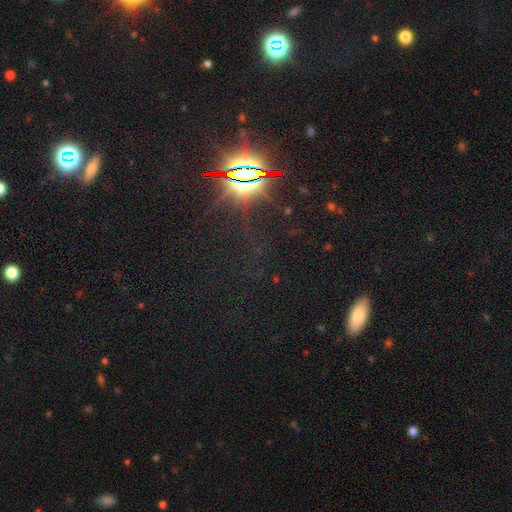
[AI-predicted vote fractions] A star or artifact, not a galaxy (74%).

Vote fractions:
- Smooth or featured? star or artifact: 74% / smooth: 14% / featured or disk: 11%